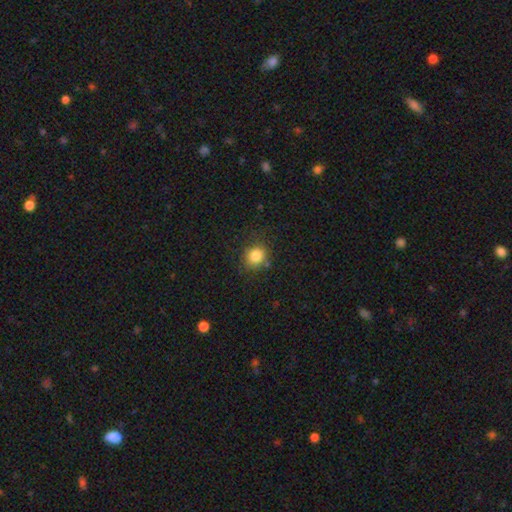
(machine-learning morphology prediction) smooth 83%, star or artifact 11%, featured or disk 6%. Down the decision tree: how rounded — round (79%); merging — none (81%).